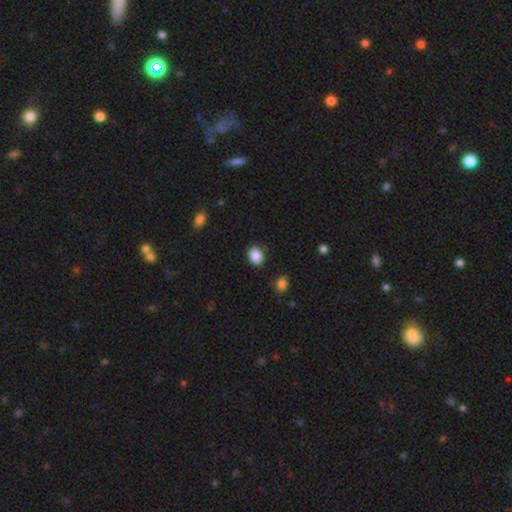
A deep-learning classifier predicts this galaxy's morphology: This appears to be a smooth galaxy with no disk features (88%) that is in between round and cigar-shaped (61%). Merging: none (84%).